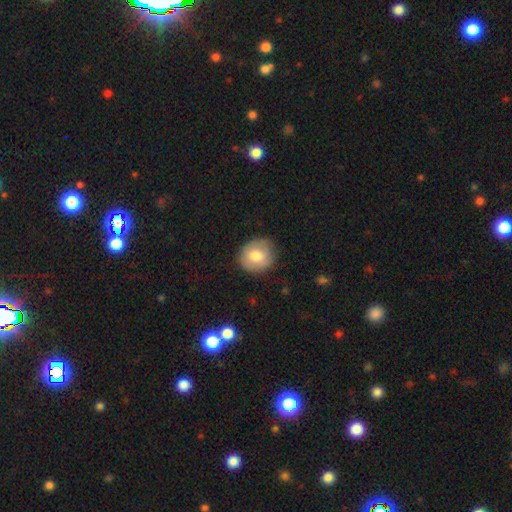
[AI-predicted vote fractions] smooth-or-featured: smooth: 76% | featured or disk: 17% | star or artifact: 8%
  how-rounded: round: 79% | in between: 20% | cigar-shaped: 1%
  merging: none: 84% | minor disturbance: 12% | major disturbance: 3% | merger: 1%